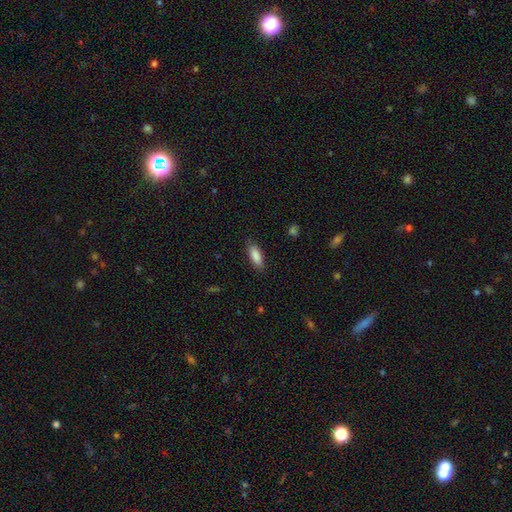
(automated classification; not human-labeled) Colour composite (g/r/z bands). It shows a smooth galaxy with no disk features (88%) that is in between round and cigar-shaped (69%). Merging: none (86%).